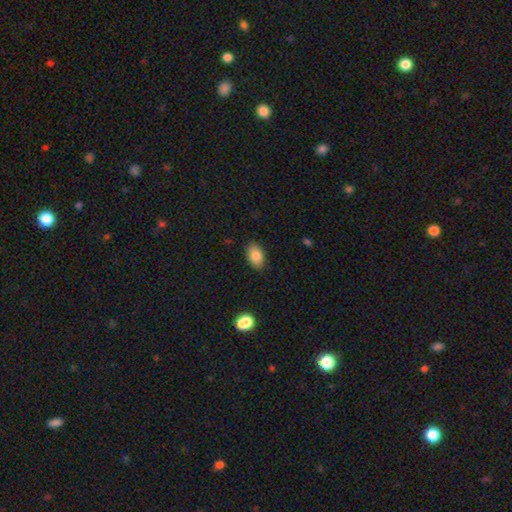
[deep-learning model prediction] Smooth or featured?
  - smooth: 84% *
  - featured or disk: 9%
  - star or artifact: 8%
How rounded?
  - in between: 90% *
  - round: 8%
  - cigar-shaped: 1%
Merging?
  - none: 87% *
  - minor disturbance: 10%
  - major disturbance: 2%
  - merger: 1%